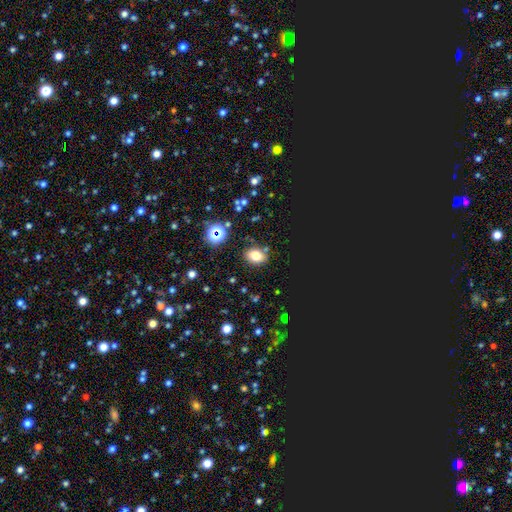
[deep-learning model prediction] Smooth or featured: smooth — 74% (star or artifact — 17%)
How rounded: in between — 69% (round — 29%)
Merging: none — 82% (minor disturbance — 11%)